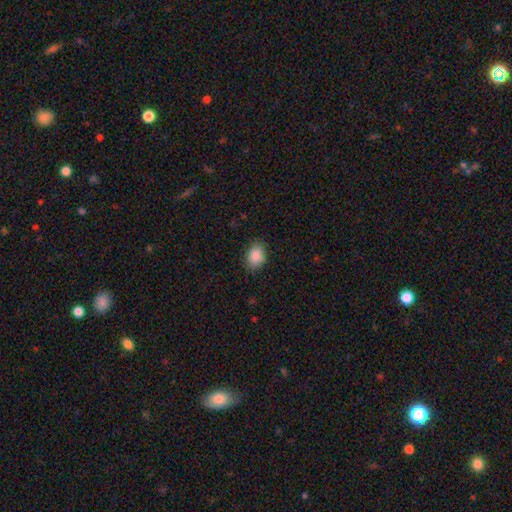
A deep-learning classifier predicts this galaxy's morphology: type=smooth (88%); roundness=in between (74%); merging=none (83%).